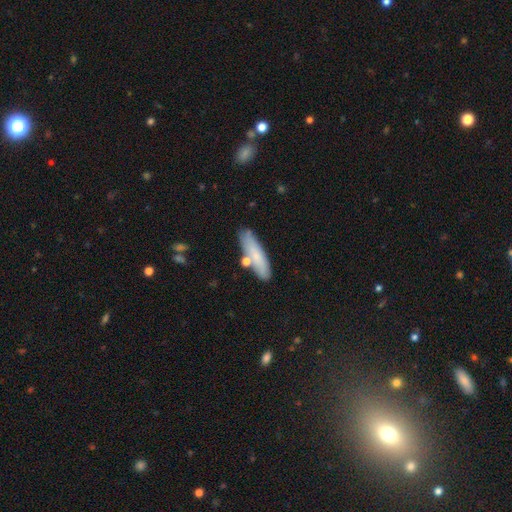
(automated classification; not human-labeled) Smooth or featured? Predicted: smooth (p=0.75). How rounded? Predicted: cigar-shaped (p=0.73). Merging? Predicted: none (p=0.78).